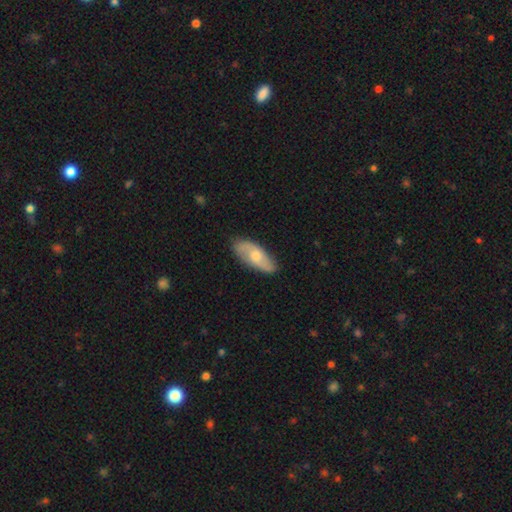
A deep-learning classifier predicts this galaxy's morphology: smooth-or-featured: featured or disk: 51% | smooth: 43% | star or artifact: 5%
  disk-edge-on: no: 86% | yes: 14%
  merging: none: 82% | minor disturbance: 14% | major disturbance: 3% | merger: 1%